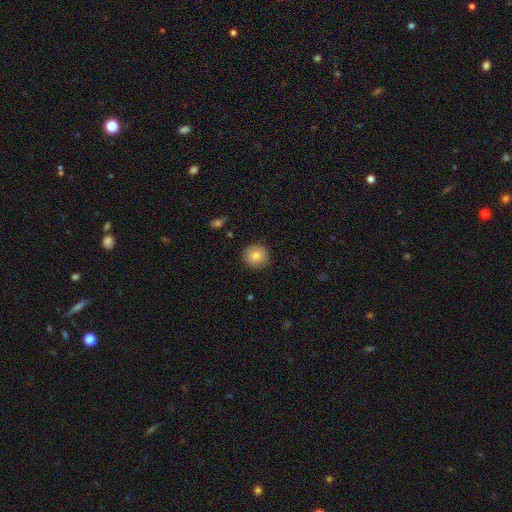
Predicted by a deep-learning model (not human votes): Smooth or featured: smooth — 84% (featured or disk — 8%)
How rounded: round — 89% (in between — 10%)
Merging: none — 88% (minor disturbance — 9%)